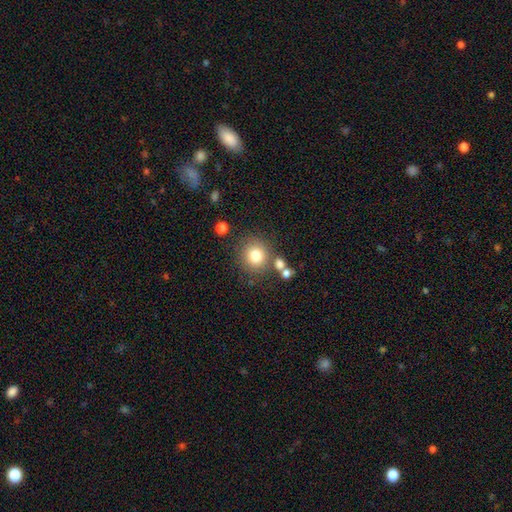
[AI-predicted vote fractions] Q: Smooth or featured?
A: smooth (79%); runner-up: star or artifact (12%)
Q: How rounded?
A: round (89%); runner-up: in between (10%)
Q: Merging?
A: none (76%); runner-up: merger (10%)